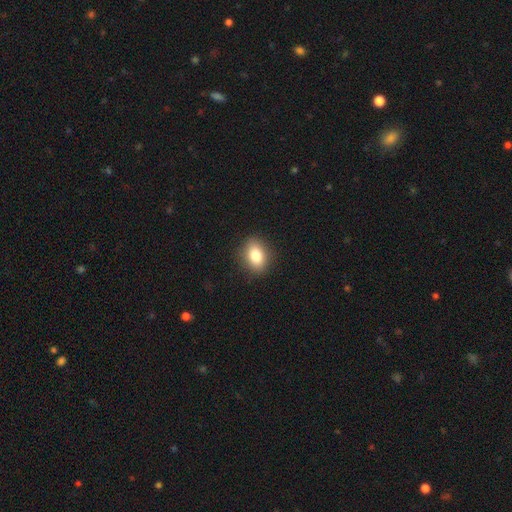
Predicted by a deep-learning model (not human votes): Smooth or featured? smooth (82%)
How rounded? in between (72%)
Merging? none (88%)